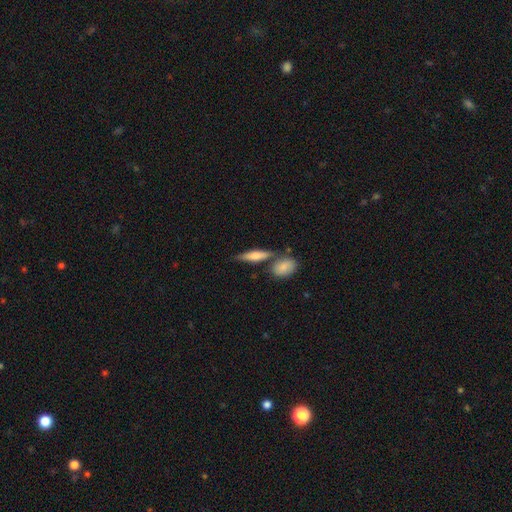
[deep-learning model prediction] smooth-or-featured: smooth: 59% | featured or disk: 34% | star or artifact: 7%
  how-rounded: cigar-shaped: 59% | in between: 37% | round: 5%
  merging: none: 63% | merger: 20% | minor disturbance: 13% | major disturbance: 4%